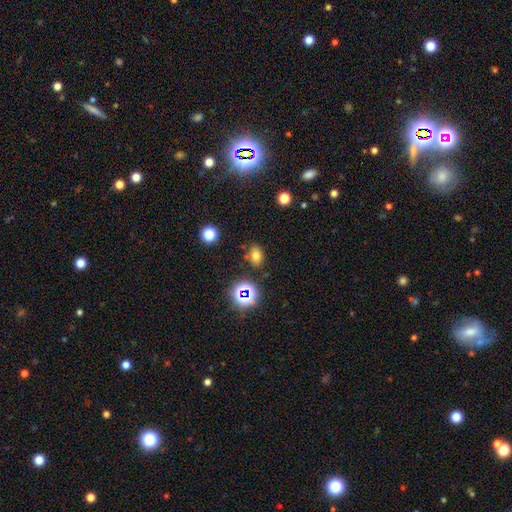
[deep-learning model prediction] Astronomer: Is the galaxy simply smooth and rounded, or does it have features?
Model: smooth — 69%.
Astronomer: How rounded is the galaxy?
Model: in between — 73%.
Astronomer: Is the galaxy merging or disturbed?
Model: none — 80%.